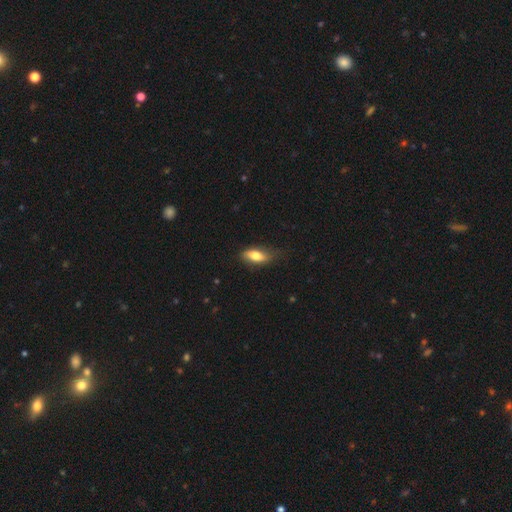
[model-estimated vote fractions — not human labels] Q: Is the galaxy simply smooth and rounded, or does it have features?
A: smooth — 73%.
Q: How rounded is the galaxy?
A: in between — 80%.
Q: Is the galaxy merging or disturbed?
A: none — 64%.